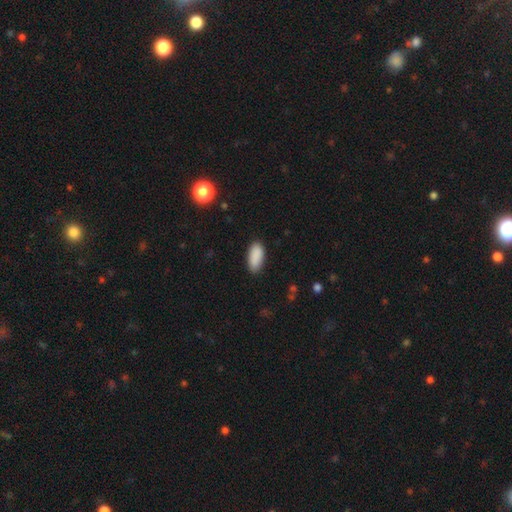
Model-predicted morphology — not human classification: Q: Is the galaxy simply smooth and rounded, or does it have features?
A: smooth — 90%.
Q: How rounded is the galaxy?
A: in between — 90%.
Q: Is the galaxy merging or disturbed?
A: none — 84%.